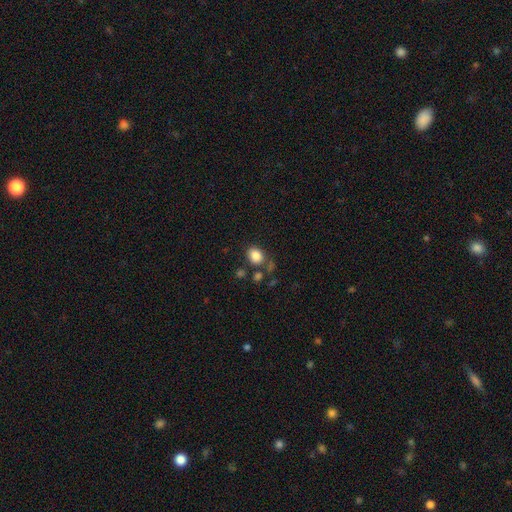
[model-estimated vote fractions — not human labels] Smooth or featured? Predicted: smooth (p=0.84). How rounded? Predicted: in between (p=0.53). Merging? Predicted: none (p=0.69).